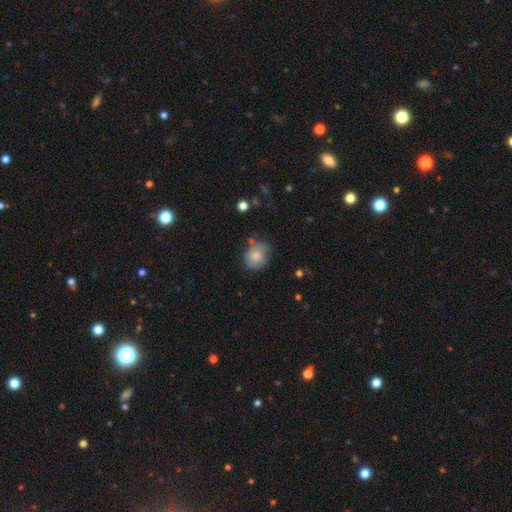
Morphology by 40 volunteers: Smooth or featured? 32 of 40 (80%) said smooth. How rounded? 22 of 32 (69%) said round. Merging? 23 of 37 (62%) said none.